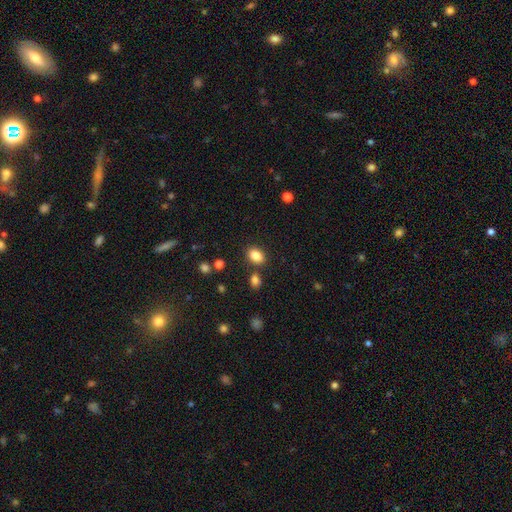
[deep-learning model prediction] Smooth or featured: smooth — 85% (star or artifact — 10%)
How rounded: in between — 76% (round — 23%)
Merging: none — 79% (minor disturbance — 10%)